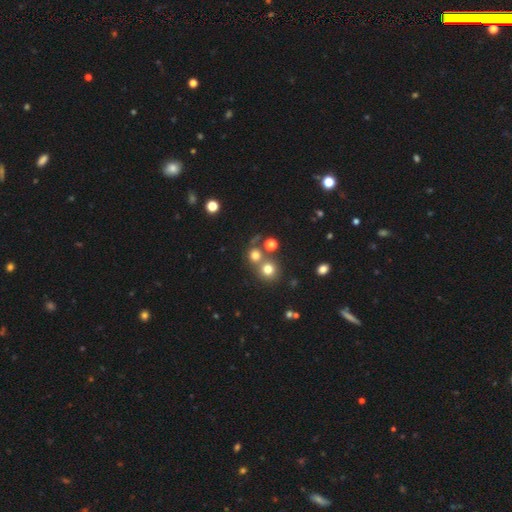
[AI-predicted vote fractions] Morphology: type=smooth (73%); roundness=round (87%); merging=none (53%).